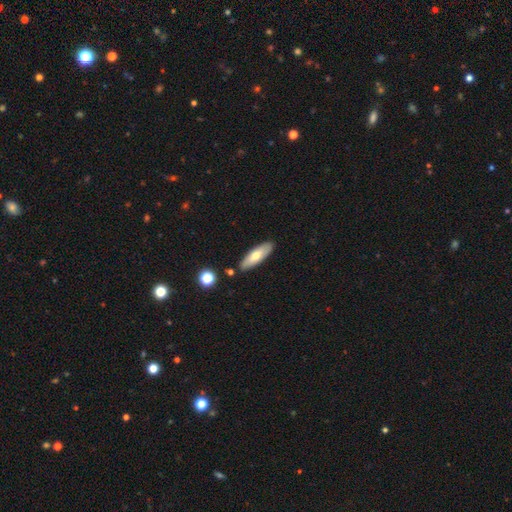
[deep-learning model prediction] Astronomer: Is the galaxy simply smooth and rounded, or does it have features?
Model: smooth — 61%.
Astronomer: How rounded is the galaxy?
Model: in between — 50% (runner-up: cigar-shaped, 48%).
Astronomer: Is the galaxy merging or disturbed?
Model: none — 86%.